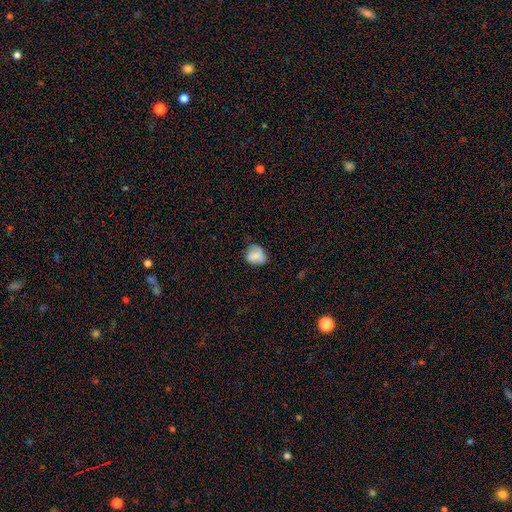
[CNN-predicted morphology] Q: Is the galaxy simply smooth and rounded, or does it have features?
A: smooth — 79%.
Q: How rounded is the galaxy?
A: round — 58%.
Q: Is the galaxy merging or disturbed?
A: none — 59%.